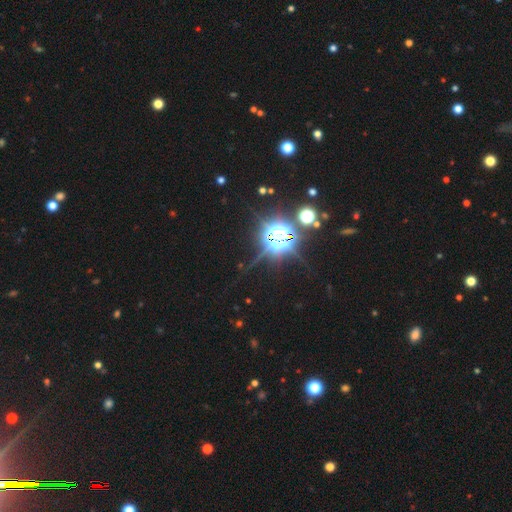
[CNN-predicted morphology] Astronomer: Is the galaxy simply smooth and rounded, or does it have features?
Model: star or artifact — 86%.